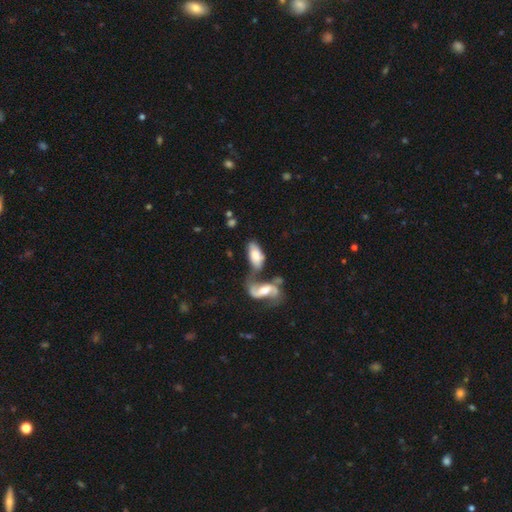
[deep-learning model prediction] smooth 58%, featured or disk 35%, star or artifact 7%. Down the decision tree: how rounded — in between (90%); merging — merger (49%).